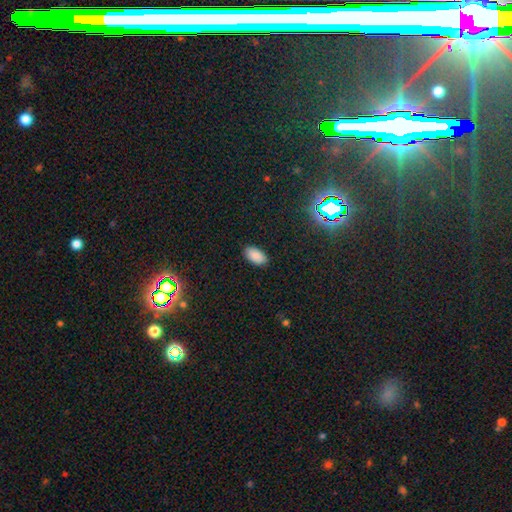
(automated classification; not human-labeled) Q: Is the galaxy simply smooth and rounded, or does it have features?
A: smooth — 87%.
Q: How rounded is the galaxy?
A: in between — 95%.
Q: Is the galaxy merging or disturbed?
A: none — 88%.